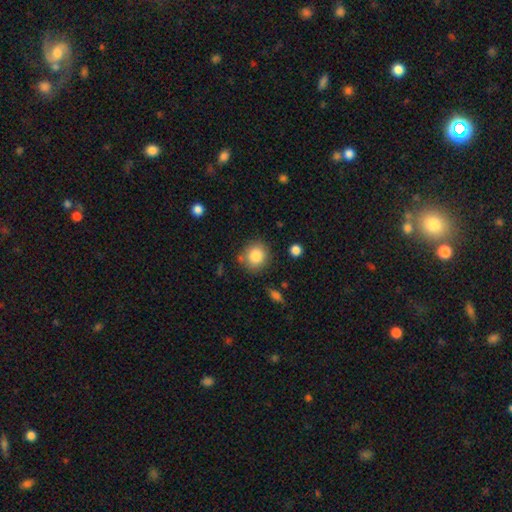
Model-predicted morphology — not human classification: Overall: smooth (85%). How rounded: round (87%). Merging: none (80%).